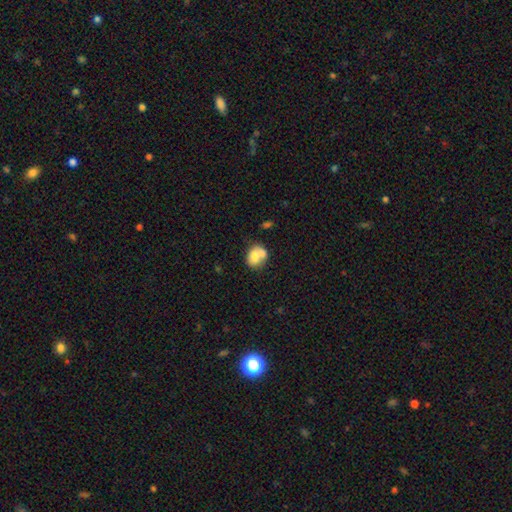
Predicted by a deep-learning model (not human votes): This is likely a smooth galaxy (71%). How rounded: possibly in between (50%). Merging: possibly merger (51%).